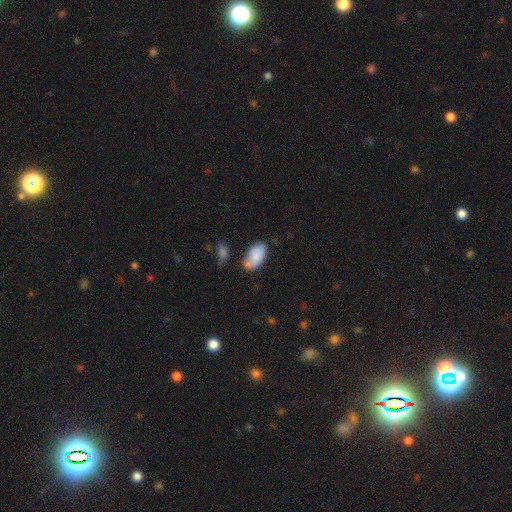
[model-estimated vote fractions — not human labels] Smooth or featured? smooth (81%)
How rounded? in between (94%)
Merging? none (50%)